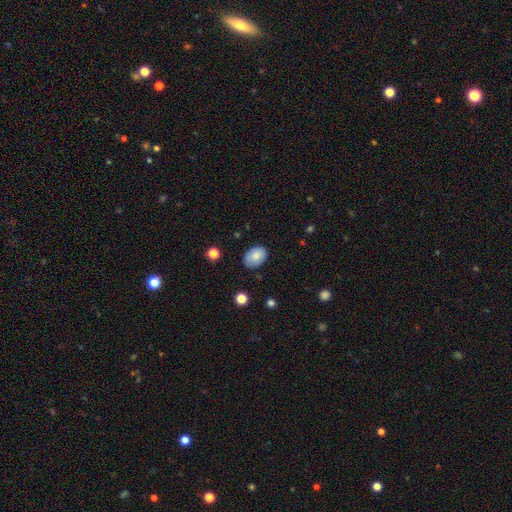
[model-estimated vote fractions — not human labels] Smooth or featured? Predicted: smooth (p=0.83). How rounded? Predicted: in between (p=0.84). Merging? Predicted: none (p=0.82).